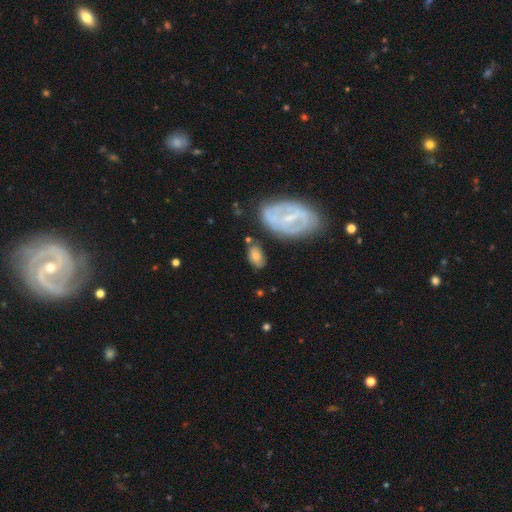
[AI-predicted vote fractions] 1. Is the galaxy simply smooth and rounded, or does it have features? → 62% smooth, 30% featured or disk, 7% star or artifact.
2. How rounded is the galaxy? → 89% in between, 9% round, 3% cigar-shaped.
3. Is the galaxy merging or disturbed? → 66% none, 19% minor disturbance, 7% major disturbance, 7% merger.